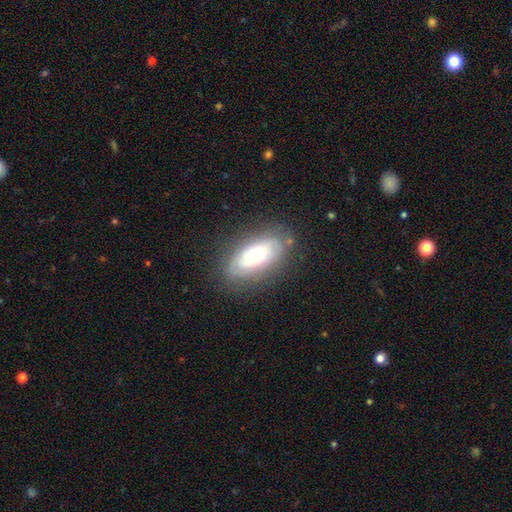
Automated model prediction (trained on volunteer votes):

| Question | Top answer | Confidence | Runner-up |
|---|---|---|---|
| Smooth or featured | smooth | 50% | featured or disk (42%) |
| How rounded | in between | 84% | cigar-shaped (12%) |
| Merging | none | 76% | minor disturbance (17%) |